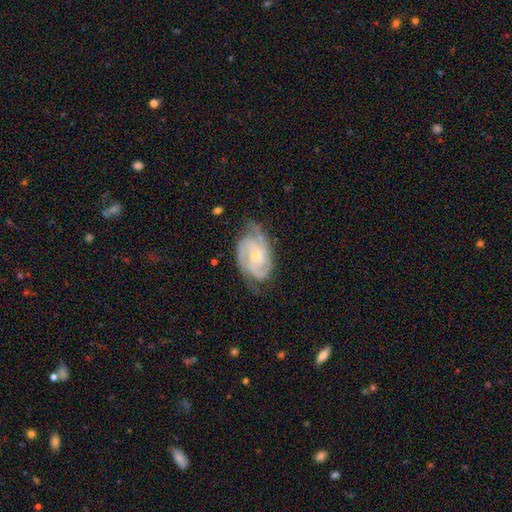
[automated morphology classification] A featured or disk galaxy (87%) with no bar (66%), 2 (43%) tight (59%) spiral arms (97%) and a small central bulge (69%).

Vote fractions:
- Smooth or featured? featured or disk: 87% / smooth: 8% / star or artifact: 5%
- Edge-on disk? no: 97% / yes: 3%
- Bar? no: 66% / weak: 28% / strong: 6%
- Spiral arms? yes: 97% / no: 3%
- Spiral winding? tight: 59% / medium: 34% / loose: 7%
- Spiral arm count? 2: 43% / 3: 27% / can't tell: 16% / 4: 6% / 1: 4% / more than 4: 4%
- Bulge size? small: 69% / moderate: 26% / none: 2% / large: 1% / dominant: 1%
- Merging? none: 67% / minor disturbance: 23% / major disturbance: 9% / merger: 1%